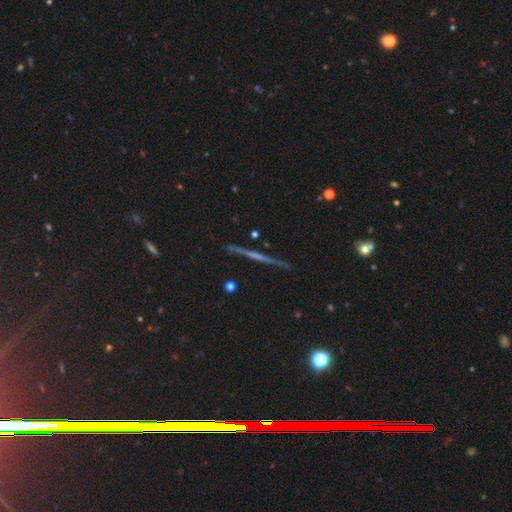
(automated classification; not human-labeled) featured or disk 68%, smooth 21%, star or artifact 10%. Down the decision tree: edge-on disk — yes (97%); edge-on bulge — none (69%); merging — none (89%).